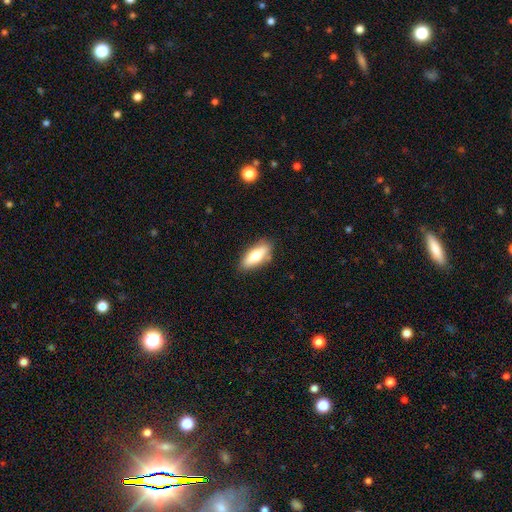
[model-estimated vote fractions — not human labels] This appears to be a smooth galaxy with no disk features (65%) that is in between round and cigar-shaped (72%). Merging: none (83%).